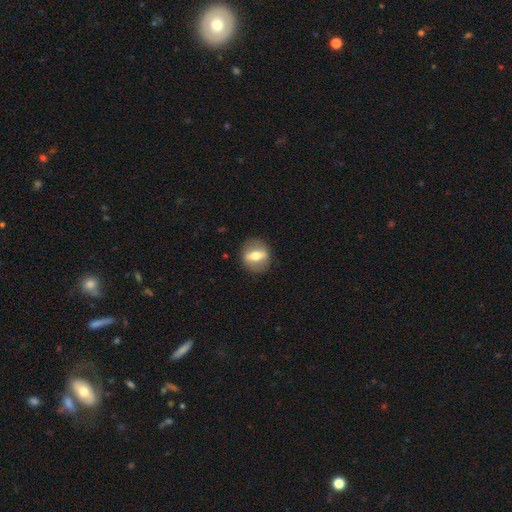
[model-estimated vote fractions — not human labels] Overall: featured or disk (52%; smooth 41%). Edge-on disk: no (61%; yes 39%). Merging: none (87%).